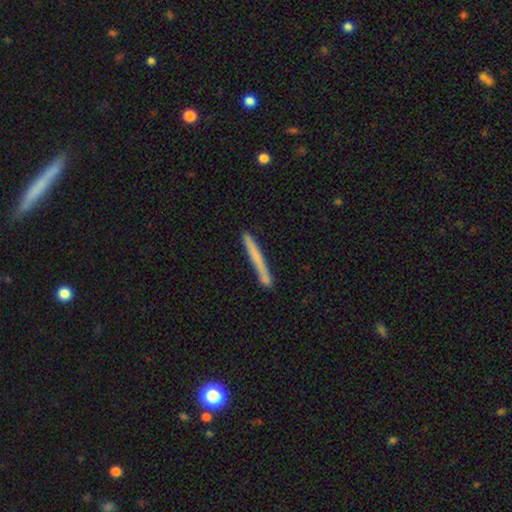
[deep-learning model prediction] smooth 64%, featured or disk 31%, star or artifact 5%. Down the decision tree: how rounded — cigar-shaped (97%); merging — none (79%).